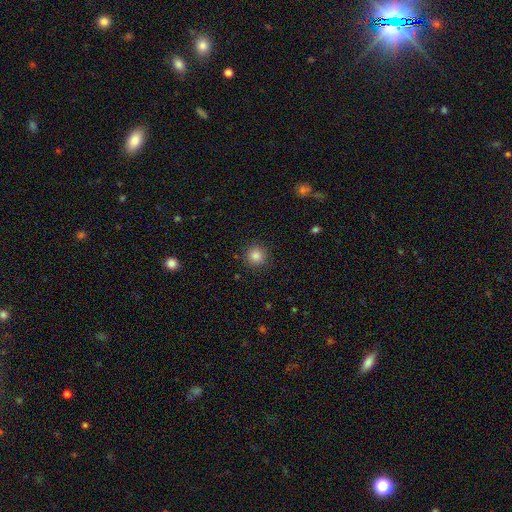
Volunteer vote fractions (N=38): This is clearly a smooth galaxy (97%). How rounded: clearly round (97%). Merging: clearly none (84%).